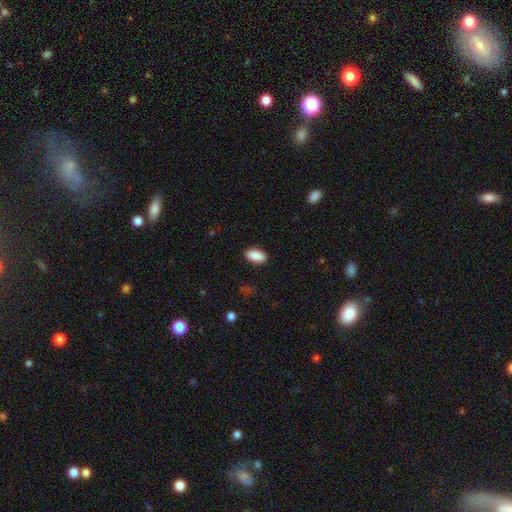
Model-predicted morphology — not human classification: Overall: smooth (89%). How rounded: in between (92%). Merging: none (89%).